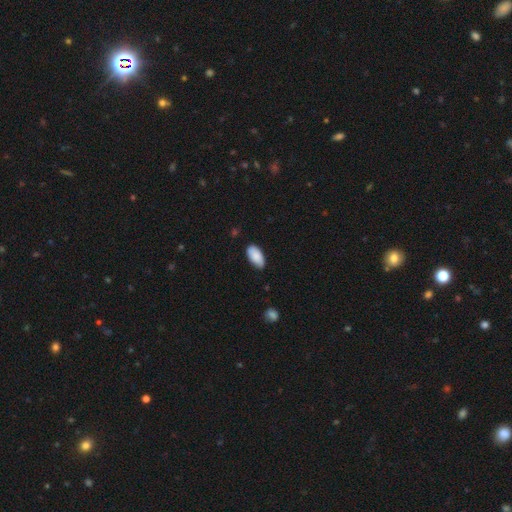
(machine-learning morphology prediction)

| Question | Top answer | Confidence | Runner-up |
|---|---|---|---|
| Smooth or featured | smooth | 87% | featured or disk (7%) |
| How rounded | in between | 95% | cigar-shaped (3%) |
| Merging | none | 78% | minor disturbance (19%) |